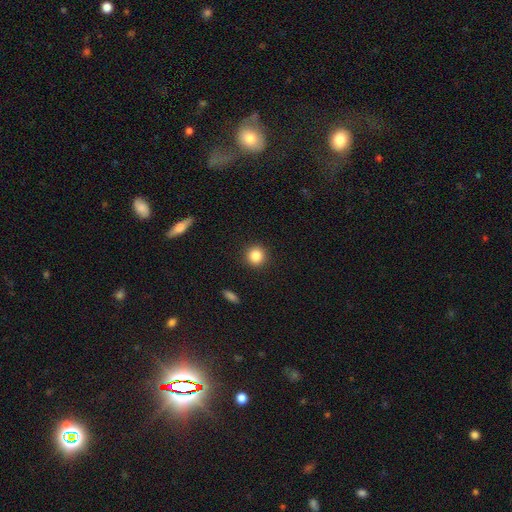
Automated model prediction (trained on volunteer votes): A smooth galaxy with no disk features (85%) that is round (93%). Merging: none (92%).